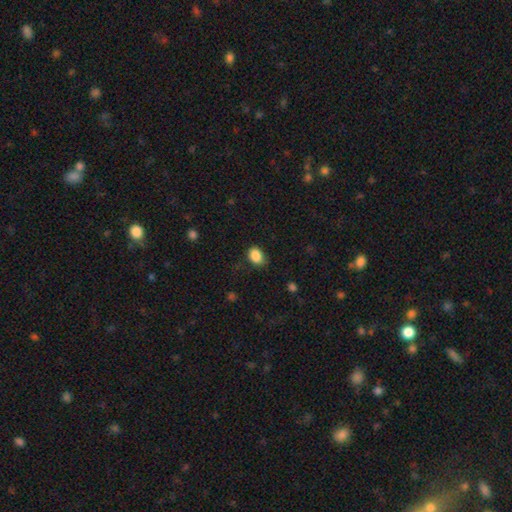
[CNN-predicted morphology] smooth 88%, star or artifact 9%, featured or disk 4%. Down the decision tree: how rounded — in between (74%); merging — none (74%).